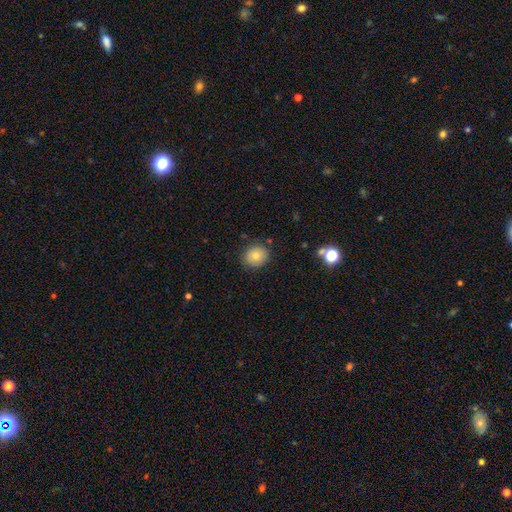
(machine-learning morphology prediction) This appears to be a smooth galaxy with no disk features (79%) that is round (76%). Merging: none (84%).